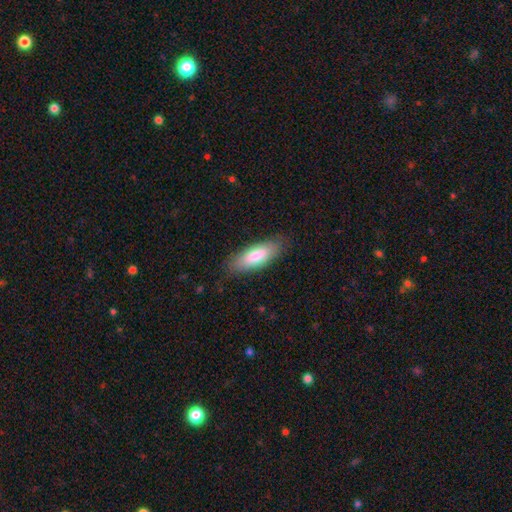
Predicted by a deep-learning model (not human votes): smooth_or_featured: smooth (p=0.79) [alt: featured or disk p=0.15]
how_rounded: in between (p=0.67) [alt: cigar-shaped p=0.31]
merging: none (p=0.84) [alt: minor disturbance p=0.12]